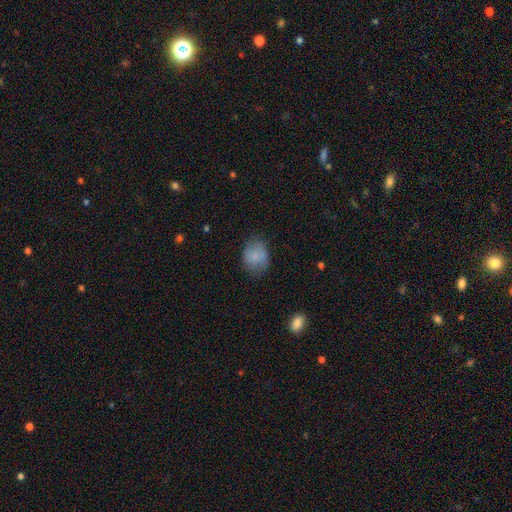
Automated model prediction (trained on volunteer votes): smooth_or_featured: smooth (p=0.80) [alt: featured or disk p=0.12]
how_rounded: in between (p=0.56) [alt: round p=0.43]
merging: none (p=0.67) [alt: minor disturbance p=0.24]